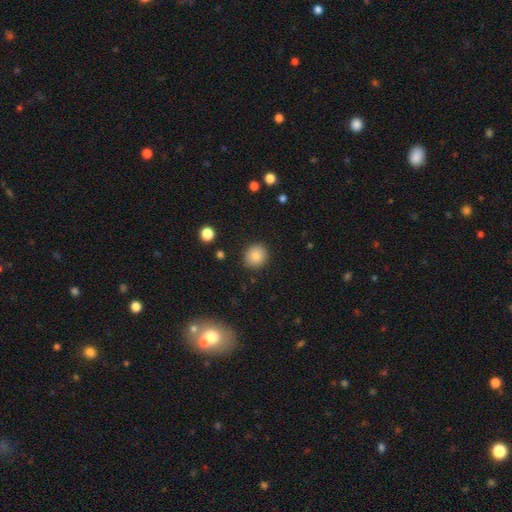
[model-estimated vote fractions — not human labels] Q: Smooth or featured?
A: smooth (84%); runner-up: star or artifact (9%)
Q: How rounded?
A: round (84%); runner-up: in between (15%)
Q: Merging?
A: none (89%); runner-up: minor disturbance (8%)